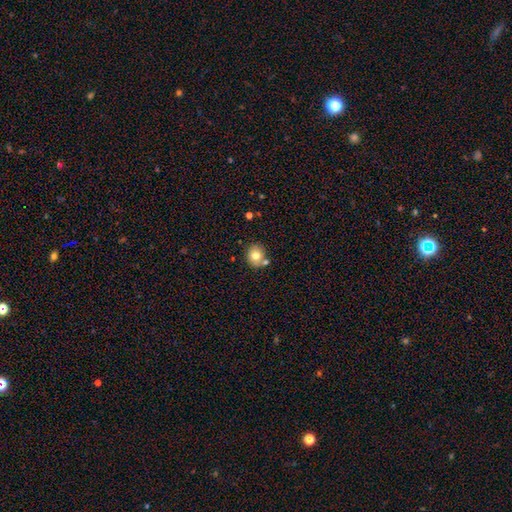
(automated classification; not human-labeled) A smooth galaxy with no disk features (75%) that is round (75%).

Vote fractions:
- Smooth or featured? smooth: 75% / featured or disk: 14% / star or artifact: 10%
- How rounded? round: 75% / in between: 24% / cigar-shaped: 1%
- Merging? none: 67% / merger: 18% / minor disturbance: 12% / major disturbance: 3%